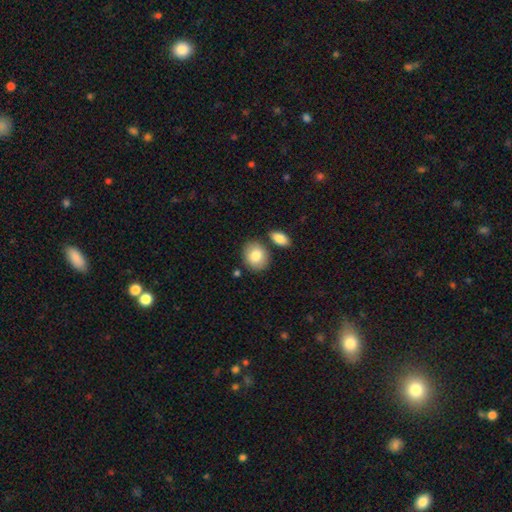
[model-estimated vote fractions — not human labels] smooth 82%, featured or disk 11%, star or artifact 7%. Down the decision tree: how rounded — round (55%); merging — none (75%).